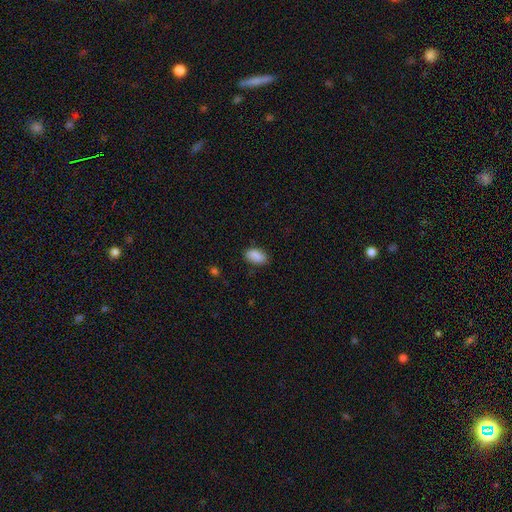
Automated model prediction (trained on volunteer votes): Smooth or featured? Predicted: smooth (p=0.88). How rounded? Predicted: in between (p=0.93). Merging? Predicted: none (p=0.82).